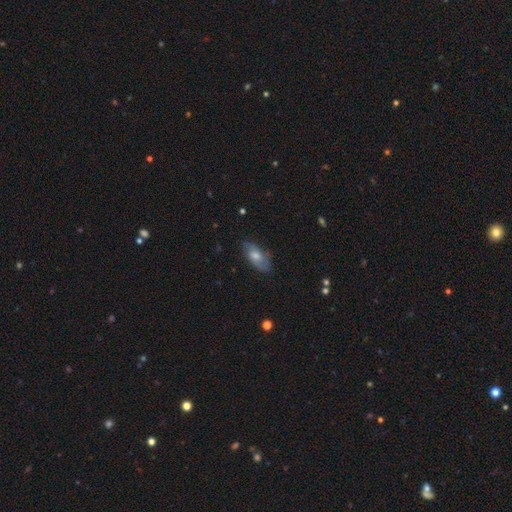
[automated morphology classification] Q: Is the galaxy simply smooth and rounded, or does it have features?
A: smooth — 55%.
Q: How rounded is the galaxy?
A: in between — 86%.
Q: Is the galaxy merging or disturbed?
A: none — 73%.